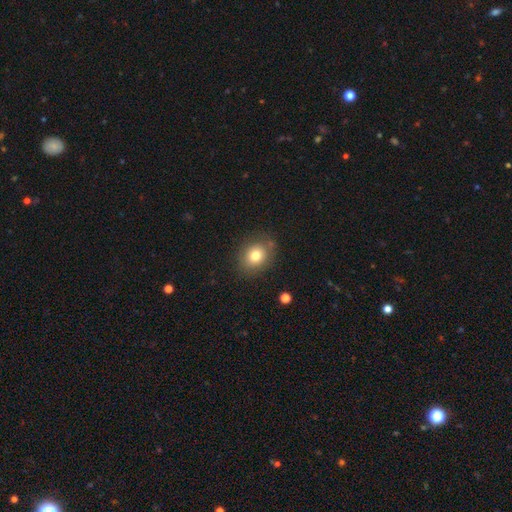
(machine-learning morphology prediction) The model was most divided on "how rounded": round: 62%, in between: 37%, cigar-shaped: 1%. More confident: merging — none (81%); smooth or featured — smooth (78%).